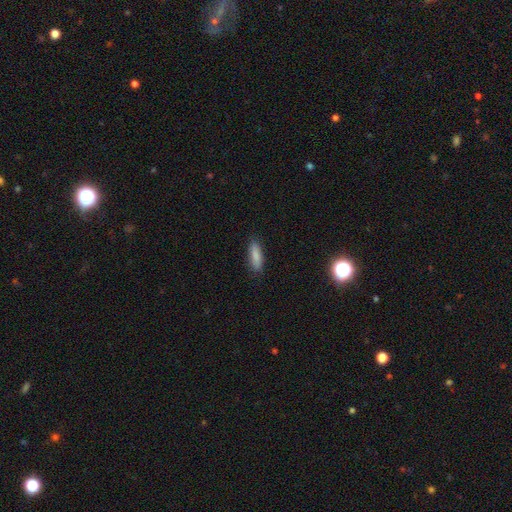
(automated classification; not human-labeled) smooth-or-featured: smooth: 86% | featured or disk: 7% | star or artifact: 6%
  how-rounded: cigar-shaped: 51% | in between: 47% | round: 2%
  merging: none: 86% | minor disturbance: 10% | major disturbance: 2% | merger: 1%